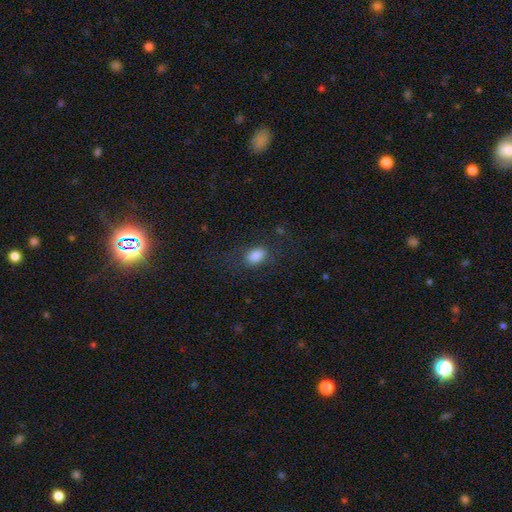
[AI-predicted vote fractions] Smooth or featured: smooth — 84% (star or artifact — 9%)
How rounded: in between — 86% (round — 12%)
Merging: none — 74% (minor disturbance — 15%)